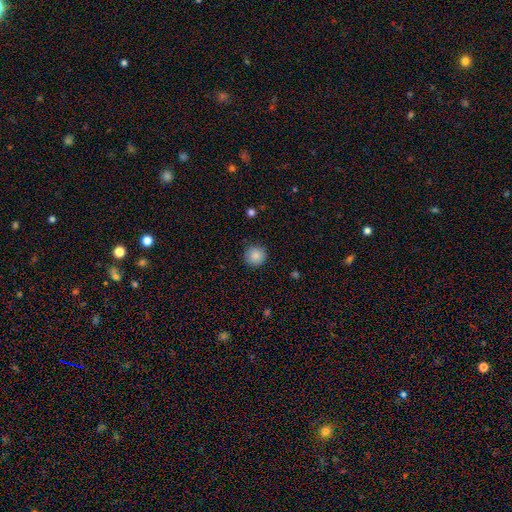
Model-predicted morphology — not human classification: Overall: smooth (87%). How rounded: round (95%). Merging: none (90%).